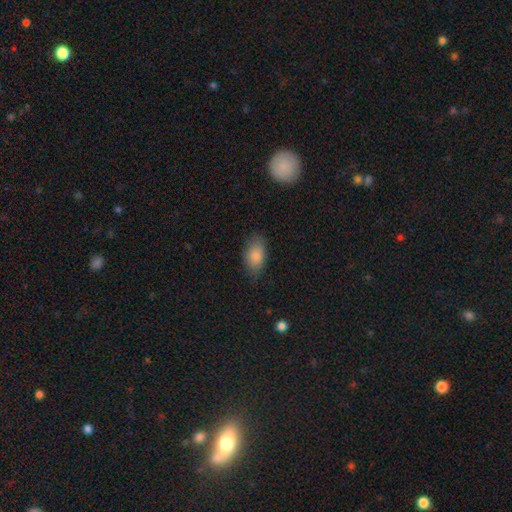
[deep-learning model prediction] smooth-or-featured: smooth: 86% | star or artifact: 7% | featured or disk: 7%
  how-rounded: in between: 91% | round: 6% | cigar-shaped: 3%
  merging: none: 76% | minor disturbance: 18% | major disturbance: 5% | merger: 1%